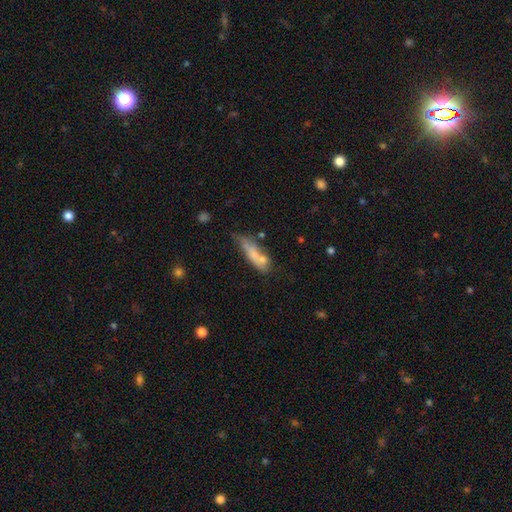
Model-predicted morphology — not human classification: Smooth or featured? smooth (65%)
How rounded? cigar-shaped (63%)
Merging? none (43%)